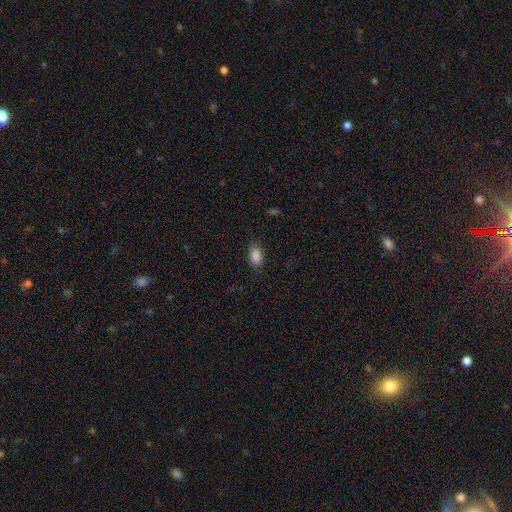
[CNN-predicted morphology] Smooth or featured?
  - smooth: 87% *
  - star or artifact: 8%
  - featured or disk: 4%
How rounded?
  - in between: 91% *
  - round: 6%
  - cigar-shaped: 3%
Merging?
  - none: 83% *
  - minor disturbance: 12%
  - major disturbance: 3%
  - merger: 1%